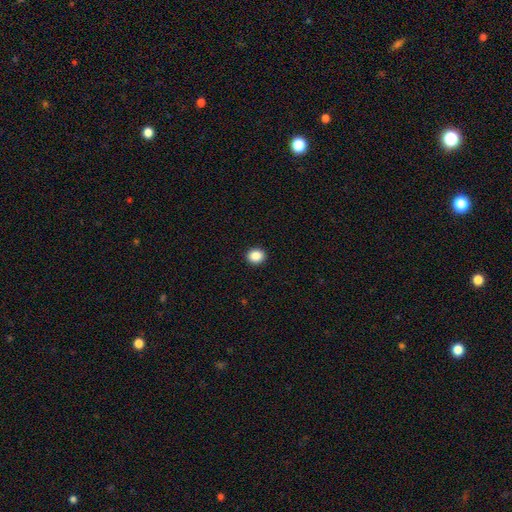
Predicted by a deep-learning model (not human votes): This is clearly a smooth galaxy (88%). How rounded: likely round (70%). Merging: clearly none (92%).